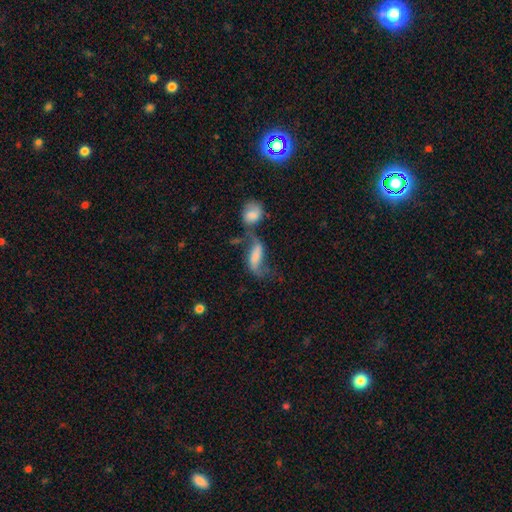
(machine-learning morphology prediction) smooth-or-featured: featured or disk: 49% | smooth: 42% | star or artifact: 10%
  merging: merger: 50% | none: 20% | major disturbance: 18% | minor disturbance: 12%